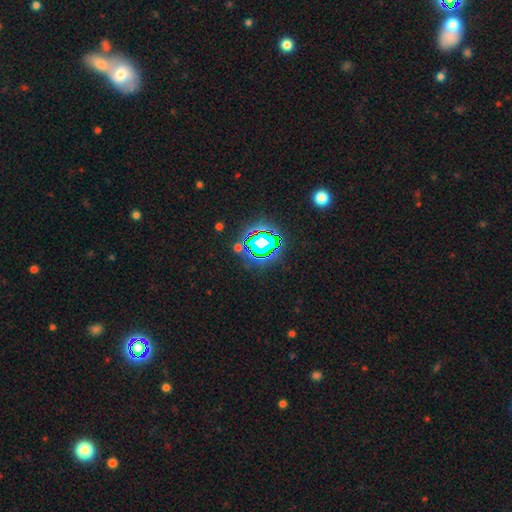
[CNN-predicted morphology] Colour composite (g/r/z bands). It shows a star or artifact, not a galaxy (81%).